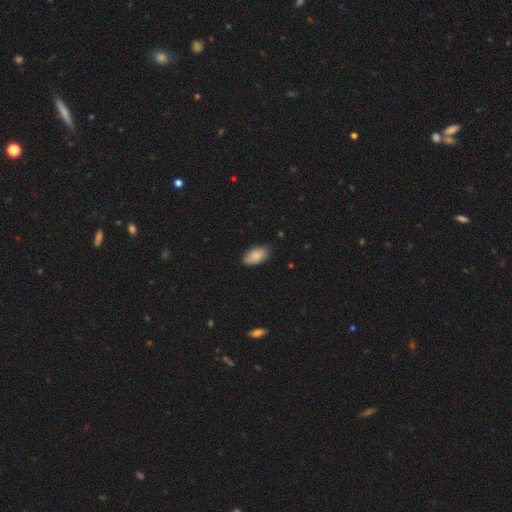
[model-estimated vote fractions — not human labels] smooth 88%, star or artifact 6%, featured or disk 6%. Down the decision tree: how rounded — in between (95%); merging — none (83%).